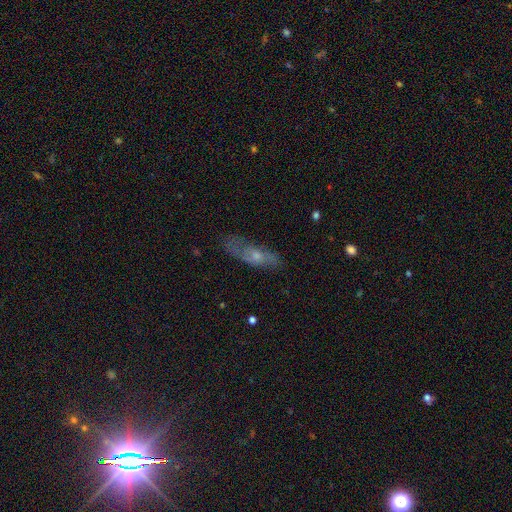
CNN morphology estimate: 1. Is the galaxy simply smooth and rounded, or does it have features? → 47% featured or disk, 44% smooth, 9% star or artifact.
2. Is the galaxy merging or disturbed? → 62% none, 24% minor disturbance, 12% major disturbance, 2% merger.